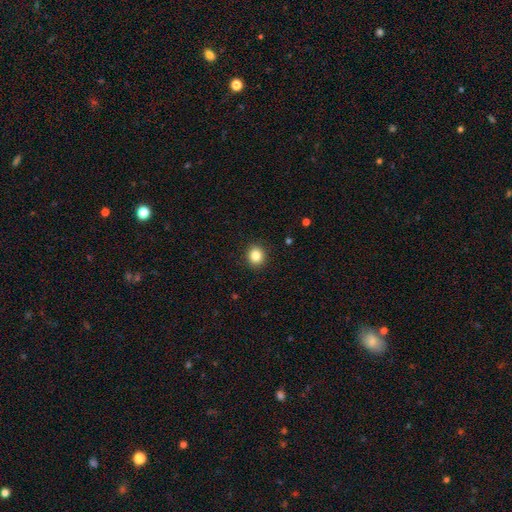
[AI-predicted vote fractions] Smooth or featured?
  - smooth: 85% *
  - star or artifact: 10%
  - featured or disk: 5%
How rounded?
  - round: 83% *
  - in between: 16%
  - cigar-shaped: 1%
Merging?
  - none: 91% *
  - minor disturbance: 6%
  - major disturbance: 2%
  - merger: 1%